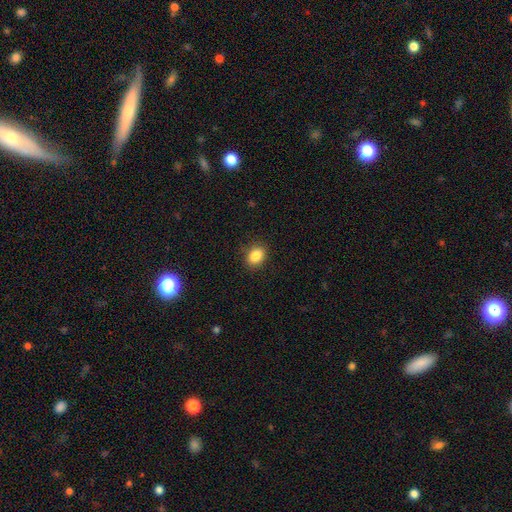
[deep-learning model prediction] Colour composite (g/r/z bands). It shows a smooth galaxy with no disk features (86%) that is in between round and cigar-shaped (66%). Merging: none (87%).